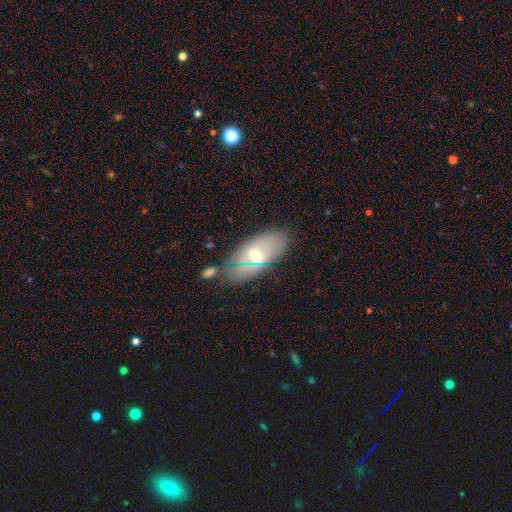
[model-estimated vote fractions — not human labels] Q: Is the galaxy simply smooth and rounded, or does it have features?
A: smooth — 51%.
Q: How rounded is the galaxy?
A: in between — 87%.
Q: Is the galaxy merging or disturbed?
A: none — 75%.